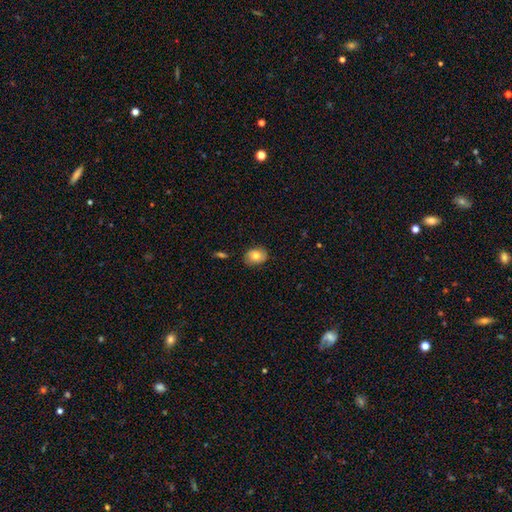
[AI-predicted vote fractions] A smooth galaxy with no disk features (76%) that is in between round and cigar-shaped (57%).

Vote fractions:
- Smooth or featured? smooth: 76% / featured or disk: 16% / star or artifact: 9%
- How rounded? in between: 57% / round: 42% / cigar-shaped: 1%
- Merging? none: 83% / minor disturbance: 13% / major disturbance: 3% / merger: 2%